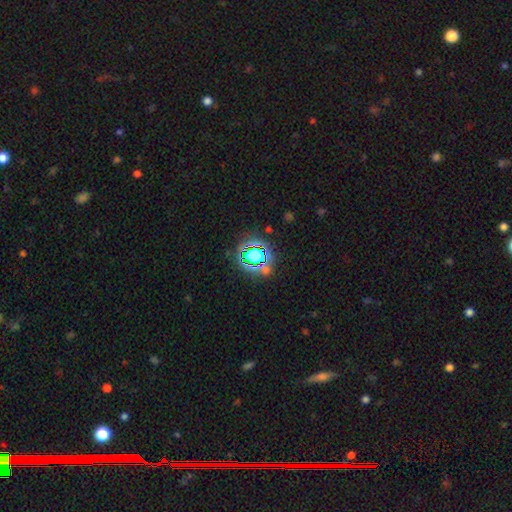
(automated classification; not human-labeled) Smooth or featured: star or artifact — 62% (smooth — 26%)